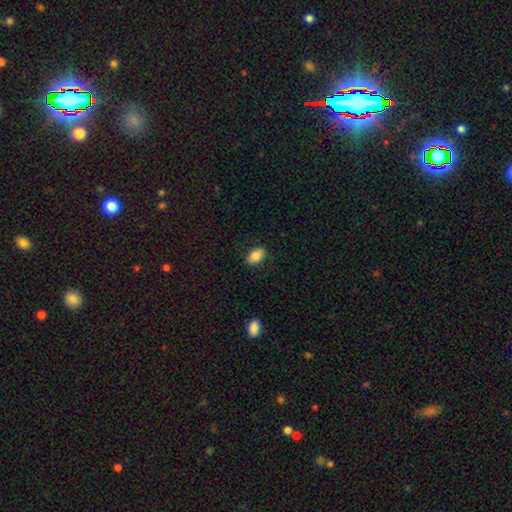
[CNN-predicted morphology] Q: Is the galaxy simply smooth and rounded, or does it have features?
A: smooth — 82%.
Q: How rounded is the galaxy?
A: in between — 89%.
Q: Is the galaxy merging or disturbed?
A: none — 86%.